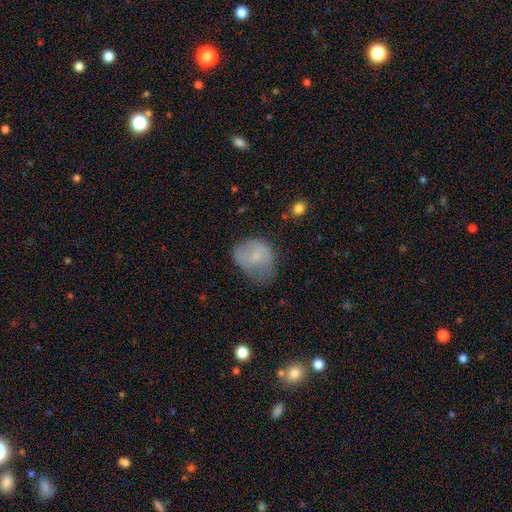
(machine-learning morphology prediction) The model was most divided on "merging" (2-way tie): minor disturbance: 37%, none: 37%, major disturbance: 24%, merger: 2%. More confident: smooth or featured — smooth (67%); how rounded — round (50%).